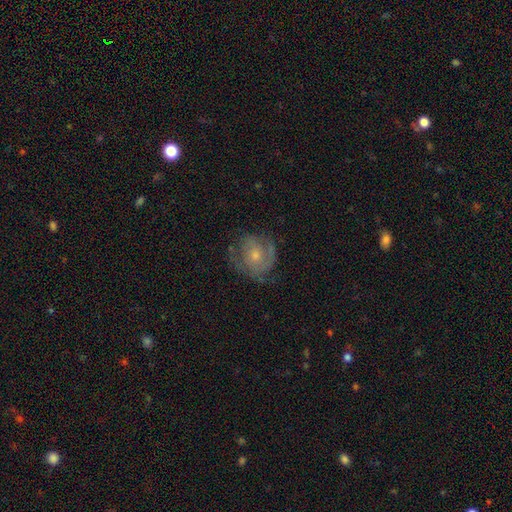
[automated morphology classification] Smooth or featured: featured or disk — 64% (smooth — 28%)
Edge-on disk: no — 97% (yes — 3%)
Bar: no — 77% (weak — 19%)
Spiral arms: yes — 77% (no — 23%)
Bulge size: small — 51% (moderate — 43%)
Merging: none — 61% (minor disturbance — 23%)